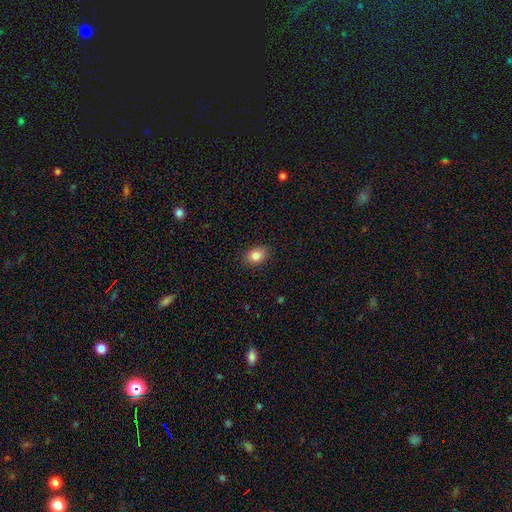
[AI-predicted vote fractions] Smooth or featured: smooth — 84% (star or artifact — 9%)
How rounded: in between — 70% (round — 29%)
Merging: none — 87% (minor disturbance — 10%)